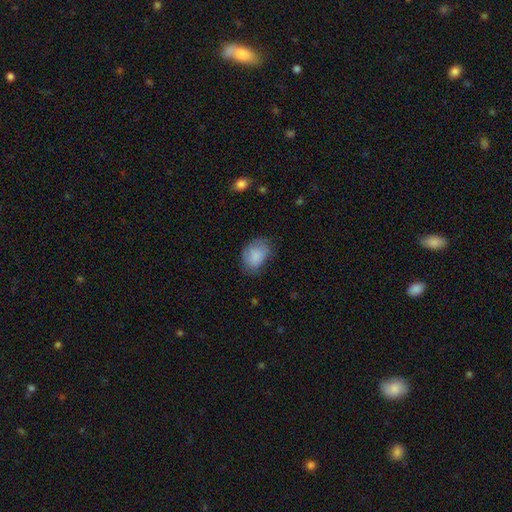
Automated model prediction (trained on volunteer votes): Morphology: type=smooth (83%); roundness=in between (70%); merging=none (61%).